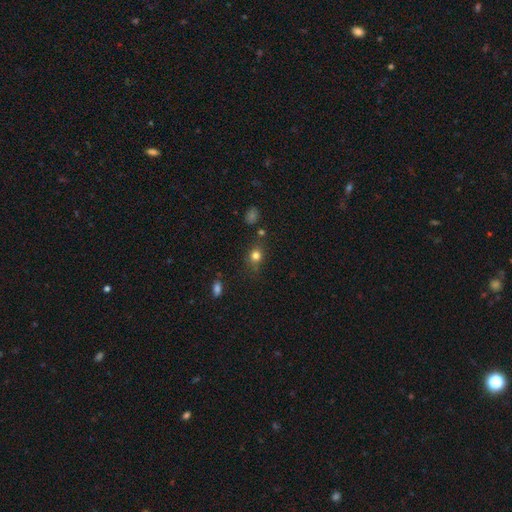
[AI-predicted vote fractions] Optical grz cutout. It shows a smooth galaxy with no disk features (79%) that is round (67%). Merging: none (69%).